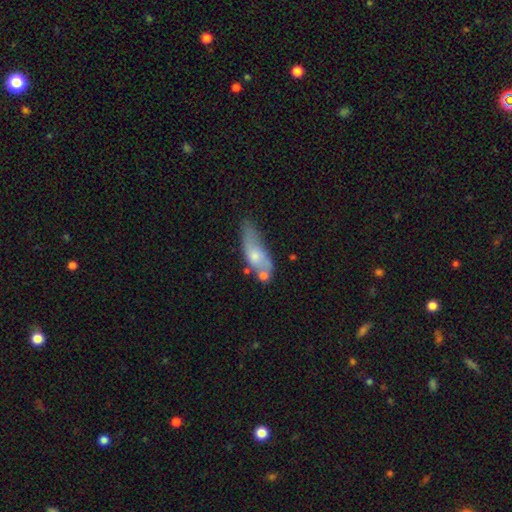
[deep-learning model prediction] The model was most divided on "merging": none: 38%, minor disturbance: 29%, merger: 19%, major disturbance: 14%. More confident: how rounded — in between (60%); smooth or featured — smooth (55%).